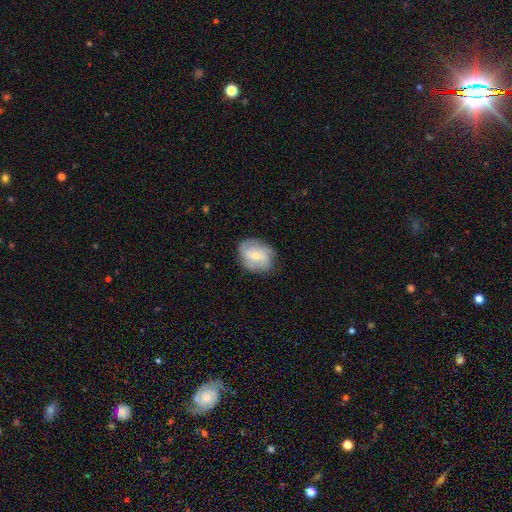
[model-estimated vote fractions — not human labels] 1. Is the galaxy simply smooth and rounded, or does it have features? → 60% featured or disk, 32% smooth, 7% star or artifact.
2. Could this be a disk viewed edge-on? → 97% no, 3% yes.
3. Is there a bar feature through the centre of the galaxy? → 50% no, 38% weak, 13% strong.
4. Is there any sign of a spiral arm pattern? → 80% yes, 20% no.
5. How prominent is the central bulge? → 52% small, 44% moderate, 2% large, 1% none, 1% dominant.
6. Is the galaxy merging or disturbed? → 74% none, 19% minor disturbance, 6% major disturbance, 1% merger.